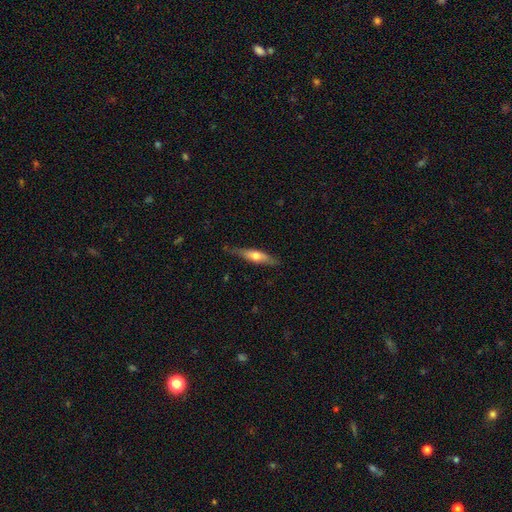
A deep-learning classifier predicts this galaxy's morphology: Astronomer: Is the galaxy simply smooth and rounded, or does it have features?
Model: featured or disk — 48% (runner-up: smooth, 46%).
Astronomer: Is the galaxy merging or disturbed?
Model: none — 79%.